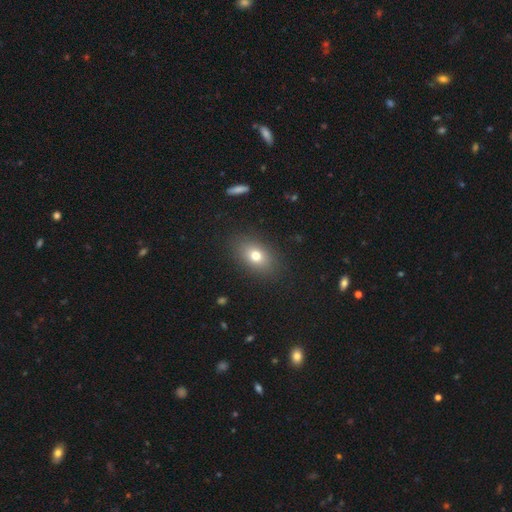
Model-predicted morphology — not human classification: Smooth or featured? smooth (75%)
How rounded? in between (78%)
Merging? none (87%)